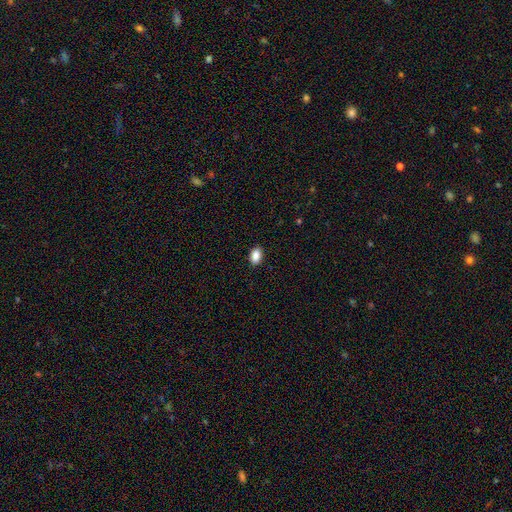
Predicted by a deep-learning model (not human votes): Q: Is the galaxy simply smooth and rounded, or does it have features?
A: smooth — 88%.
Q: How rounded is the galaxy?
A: in between — 89%.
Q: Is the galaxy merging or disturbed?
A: none — 90%.